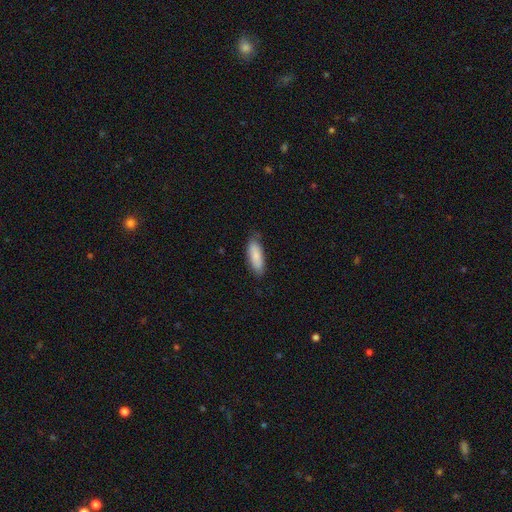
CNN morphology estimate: This appears to be a smooth galaxy with no disk features (84%) that is in between round and cigar-shaped (63%). Merging: none (76%).